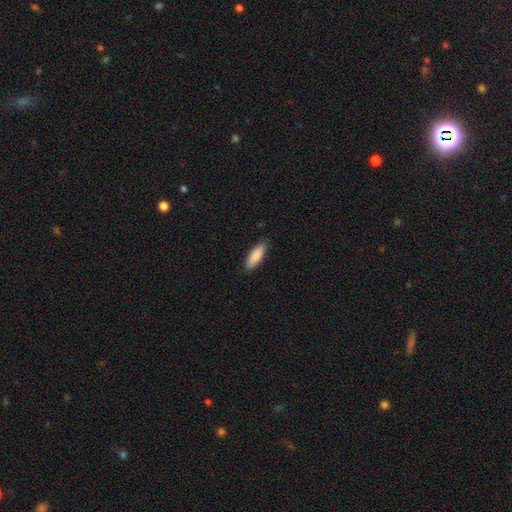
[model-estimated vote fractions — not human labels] smooth_or_featured: smooth (p=0.88) [alt: featured or disk p=0.06]
how_rounded: in between (p=0.53) [alt: cigar-shaped p=0.46]
merging: none (p=0.87) [alt: minor disturbance p=0.10]